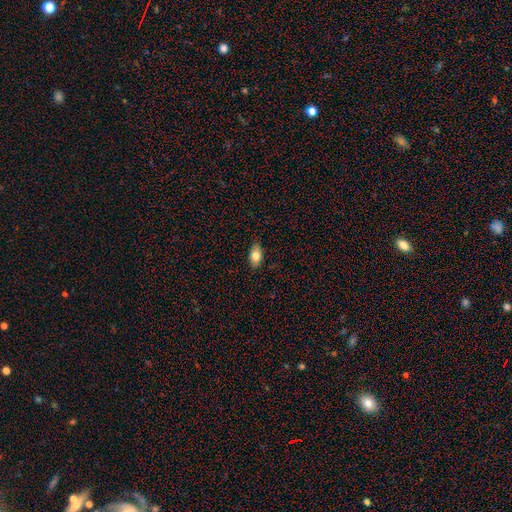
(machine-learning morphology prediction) A smooth galaxy with no disk features (79%) that is in between round and cigar-shaped (90%).

Vote fractions:
- Smooth or featured? smooth: 79% / featured or disk: 14% / star or artifact: 8%
- How rounded? in between: 90% / round: 6% / cigar-shaped: 5%
- Merging? none: 86% / minor disturbance: 11% / major disturbance: 2% / merger: 1%